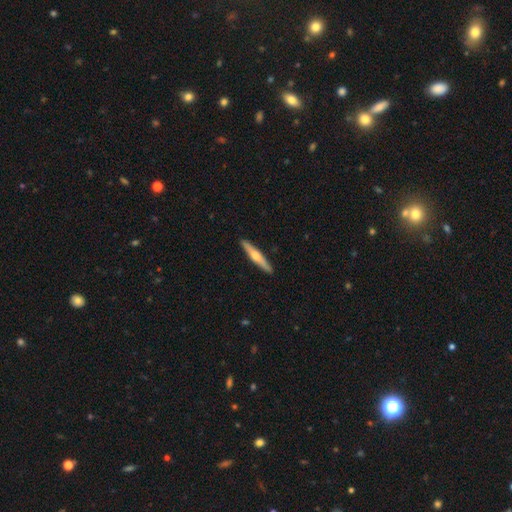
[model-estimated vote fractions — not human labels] A featured or disk galaxy (55%) viewed edge-on (96%) with a rounded central bulge (88%).

Vote fractions:
- Smooth or featured? featured or disk: 55% / smooth: 40% / star or artifact: 5%
- Edge-on disk? yes: 96% / no: 4%
- Edge-on bulge? rounded: 88% / none: 8% / boxy: 4%
- Merging? none: 92% / minor disturbance: 6% / major disturbance: 1% / merger: 1%